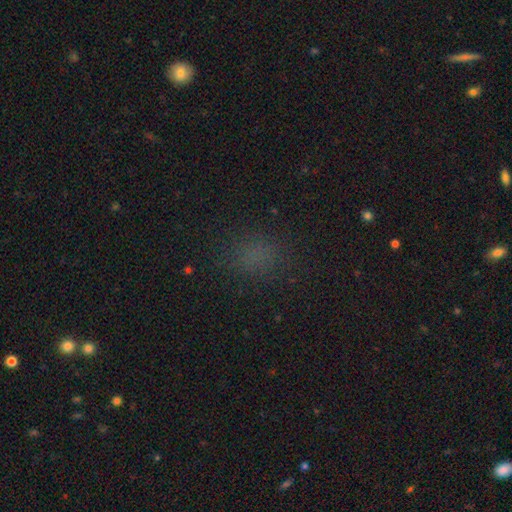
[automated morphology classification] A smooth galaxy with no disk features (67%) that is in between round and cigar-shaped (52%).

Vote fractions:
- Smooth or featured? smooth: 67% / star or artifact: 26% / featured or disk: 7%
- How rounded? in between: 52% / round: 45% / cigar-shaped: 3%
- Merging? none: 81% / minor disturbance: 12% / major disturbance: 6% / merger: 1%